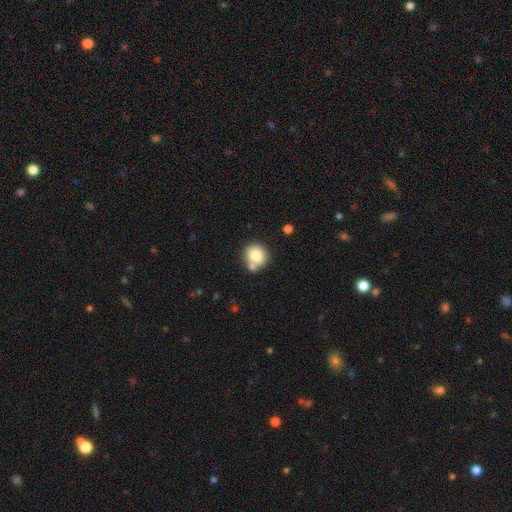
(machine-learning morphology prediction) Smooth or featured? smooth (80%)
How rounded? round (82%)
Merging? none (59%)